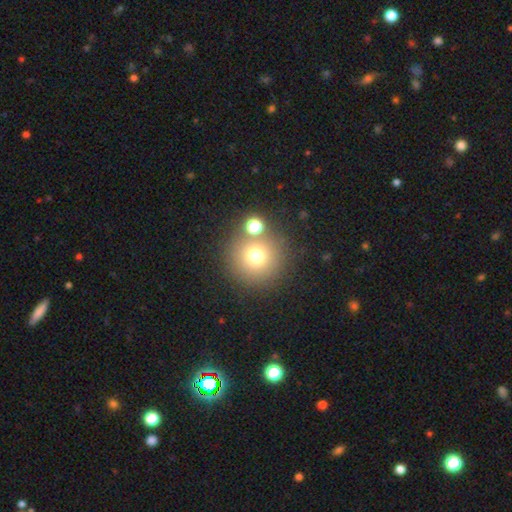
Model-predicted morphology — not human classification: Smooth or featured: smooth — 71% (star or artifact — 17%)
How rounded: round — 95% (in between — 4%)
Merging: none — 78% (merger — 11%)